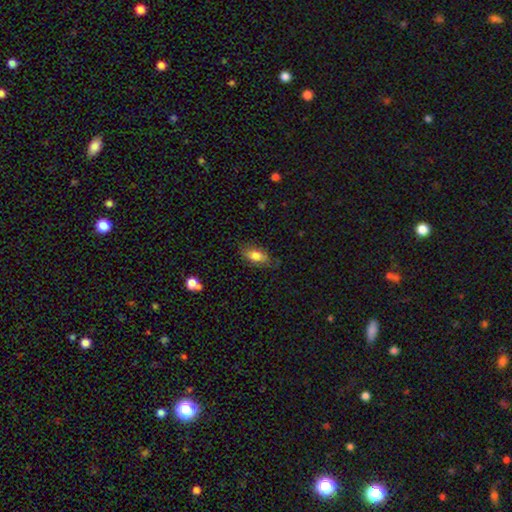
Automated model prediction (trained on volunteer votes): A smooth galaxy with no disk features (78%) that is in between round and cigar-shaped (85%).

Vote fractions:
- Smooth or featured? smooth: 78% / featured or disk: 14% / star or artifact: 8%
- How rounded? in between: 85% / cigar-shaped: 10% / round: 5%
- Merging? none: 77% / minor disturbance: 18% / major disturbance: 4% / merger: 2%